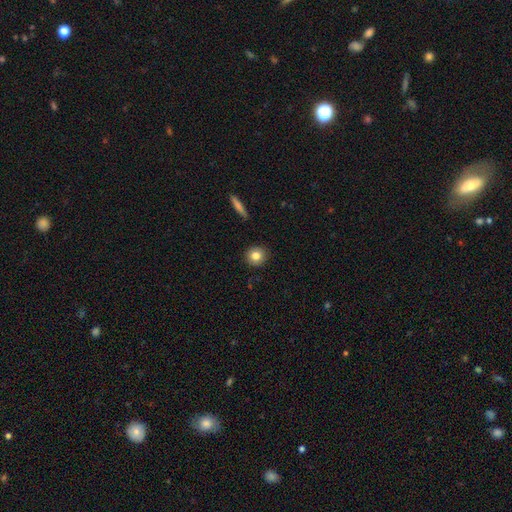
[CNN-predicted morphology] smooth 81%, featured or disk 9%, star or artifact 9%. Down the decision tree: how rounded — round (90%); merging — none (91%).